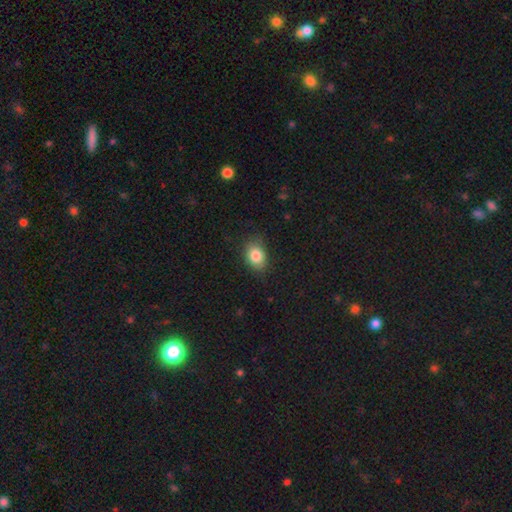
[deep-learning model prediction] smooth-or-featured: smooth: 83% | star or artifact: 9% | featured or disk: 8%
  how-rounded: in between: 71% | round: 28% | cigar-shaped: 1%
  merging: none: 79% | minor disturbance: 16% | major disturbance: 4% | merger: 1%